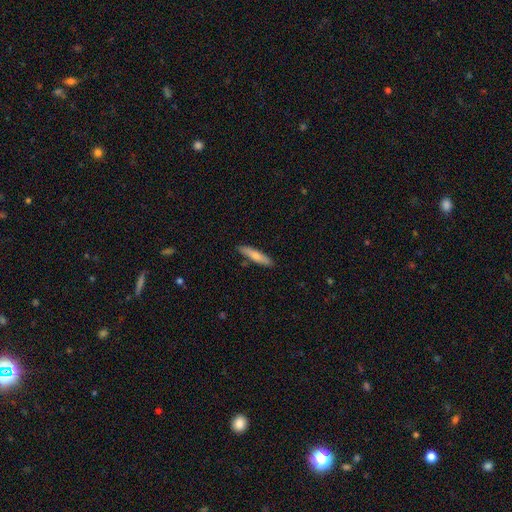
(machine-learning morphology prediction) Smooth or featured? smooth (69%)
How rounded? cigar-shaped (85%)
Merging? none (85%)